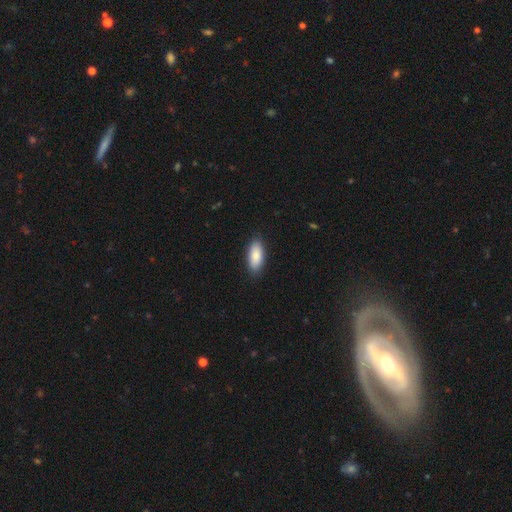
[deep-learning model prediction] Smooth or featured?
  - smooth: 85% *
  - featured or disk: 9%
  - star or artifact: 6%
How rounded?
  - in between: 86% *
  - cigar-shaped: 11%
  - round: 2%
Merging?
  - none: 88% *
  - minor disturbance: 9%
  - major disturbance: 2%
  - merger: 1%